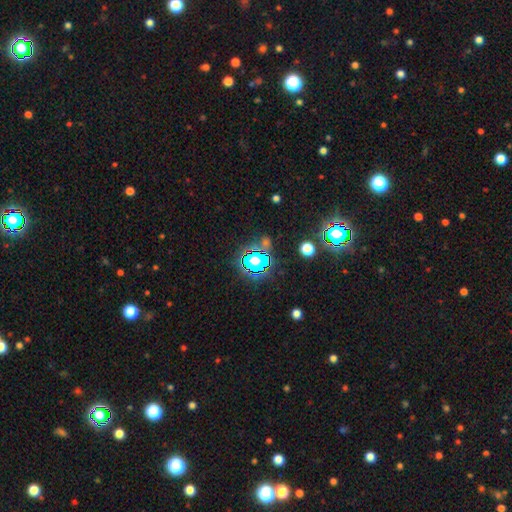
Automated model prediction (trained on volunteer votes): Overall: star or artifact (81%).